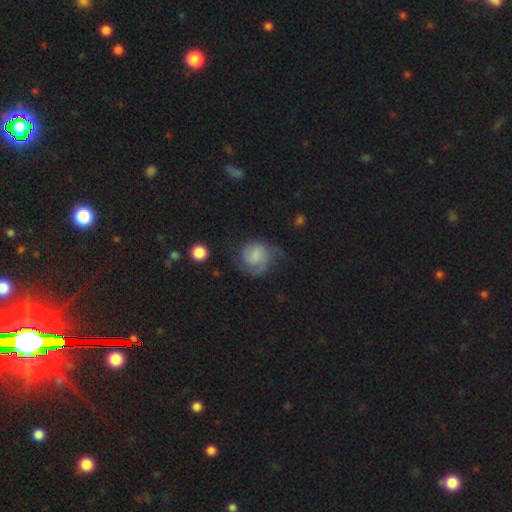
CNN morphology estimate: This is possibly a featured or disk galaxy (53%). It is clearly not viewed edge-on (98%). Bar: likely no (72%). Spiral arm pattern: clearly yes (87%). Central bulge: marginally none (41%). Merging: possibly none (47%).